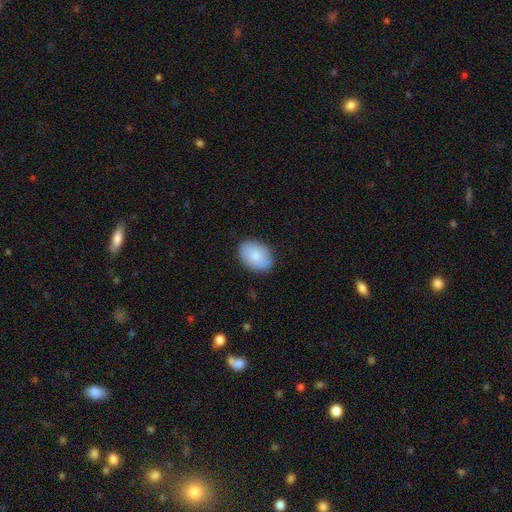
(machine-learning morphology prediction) Smooth or featured?
  - smooth: 80% *
  - featured or disk: 14%
  - star or artifact: 6%
How rounded?
  - in between: 80% *
  - round: 19%
  - cigar-shaped: 1%
Merging?
  - none: 84% *
  - minor disturbance: 13%
  - major disturbance: 3%
  - merger: 1%